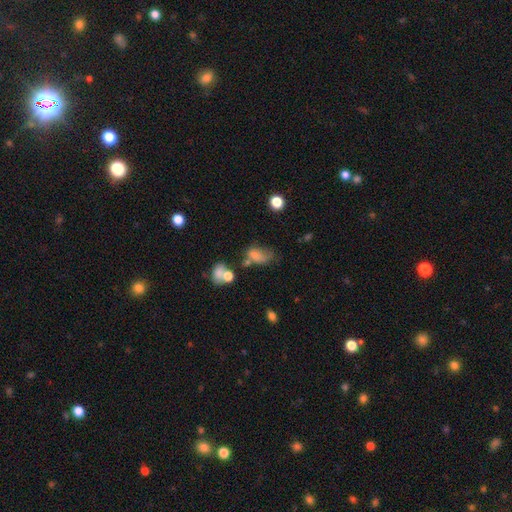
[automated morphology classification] A smooth galaxy with no disk features (71%) that is in between round and cigar-shaped (84%).

Vote fractions:
- Smooth or featured? smooth: 71% / featured or disk: 15% / star or artifact: 14%
- How rounded? in between: 84% / round: 13% / cigar-shaped: 3%
- Merging? none: 28% (tied) / minor disturbance: 28% (tied) / major disturbance: 26% / merger: 18%